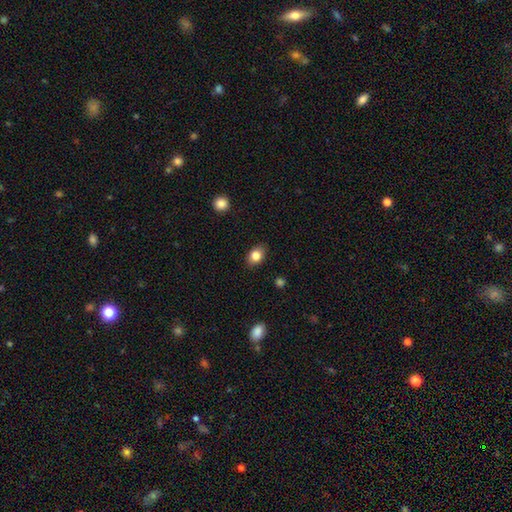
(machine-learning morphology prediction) A smooth galaxy with no disk features (83%) that is in between round and cigar-shaped (70%).

Vote fractions:
- Smooth or featured? smooth: 83% / star or artifact: 9% / featured or disk: 8%
- How rounded? in between: 70% / round: 29% / cigar-shaped: 1%
- Merging? none: 86% / minor disturbance: 10% / major disturbance: 2% / merger: 1%